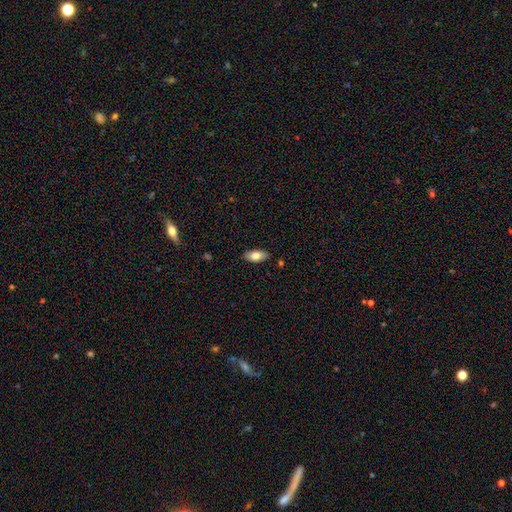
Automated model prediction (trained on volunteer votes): Overall: smooth (79%). How rounded: in between (90%). Merging: none (87%).